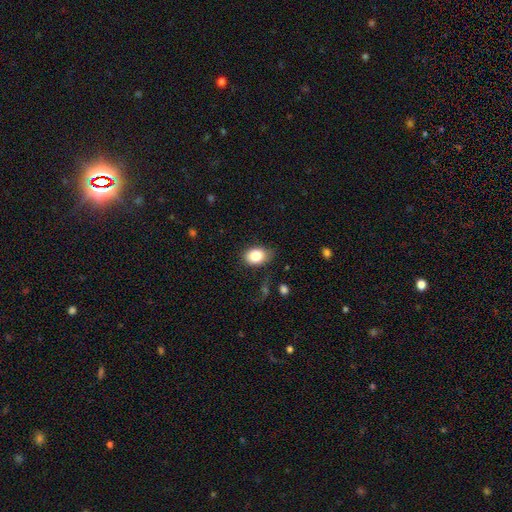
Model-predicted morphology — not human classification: Smooth or featured: smooth — 83% (featured or disk — 9%)
How rounded: in between — 79% (round — 20%)
Merging: none — 74% (minor disturbance — 20%)